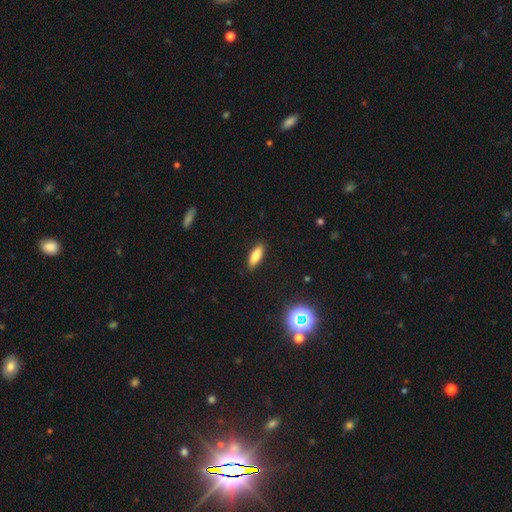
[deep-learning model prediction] smooth-or-featured: smooth: 80% | featured or disk: 12% | star or artifact: 9%
  how-rounded: in between: 64% | cigar-shaped: 33% | round: 2%
  merging: none: 89% | minor disturbance: 8% | major disturbance: 2% | merger: 1%